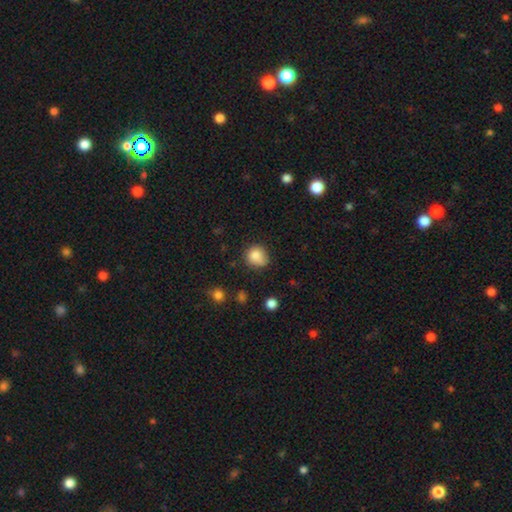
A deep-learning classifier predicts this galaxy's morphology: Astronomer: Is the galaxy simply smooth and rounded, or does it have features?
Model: smooth — 84%.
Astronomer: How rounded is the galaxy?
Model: round — 79%.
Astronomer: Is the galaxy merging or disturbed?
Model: none — 66%.